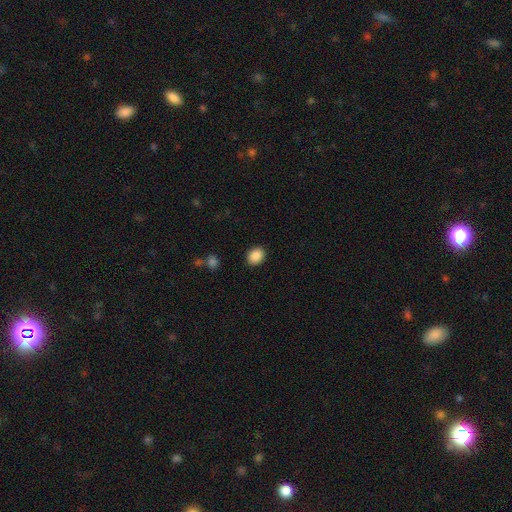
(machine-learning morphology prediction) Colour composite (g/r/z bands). It shows a smooth galaxy with no disk features (88%) that is in between round and cigar-shaped (54%). Merging: none (89%).